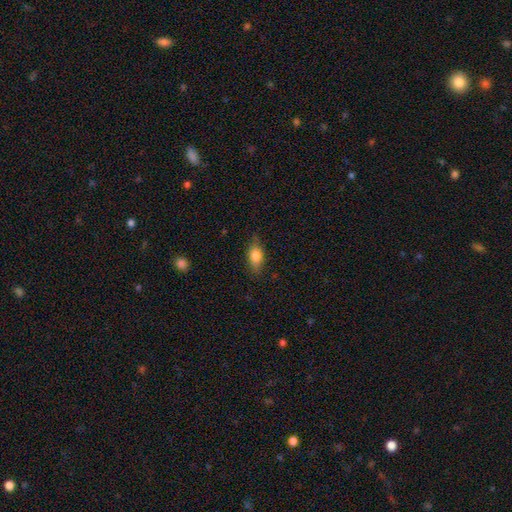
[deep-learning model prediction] Q: Smooth or featured?
A: smooth (74%); runner-up: featured or disk (18%)
Q: How rounded?
A: in between (78%); runner-up: cigar-shaped (13%)
Q: Merging?
A: none (78%); runner-up: minor disturbance (17%)